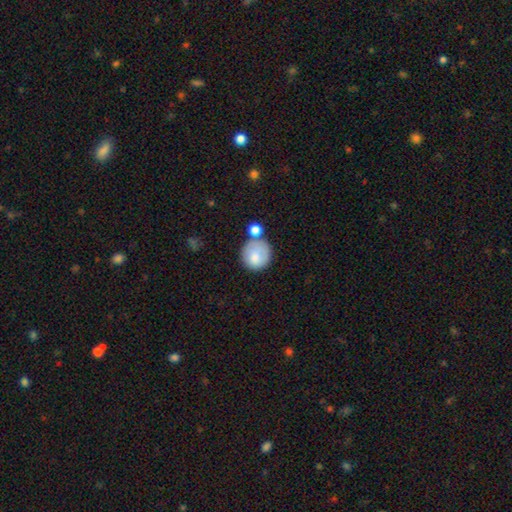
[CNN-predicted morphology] Smooth or featured: smooth — 80% (featured or disk — 13%)
How rounded: round — 86% (in between — 13%)
Merging: none — 55% (minor disturbance — 19%)